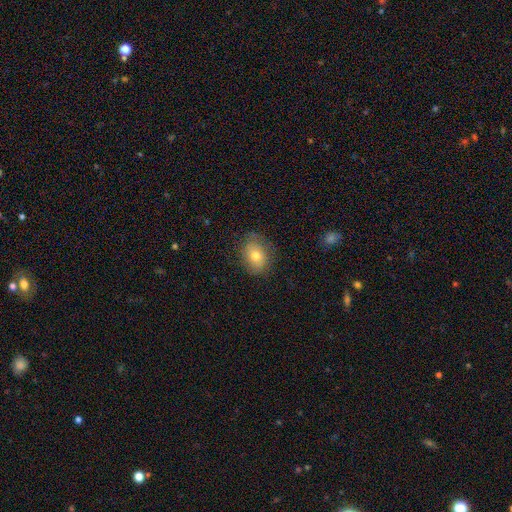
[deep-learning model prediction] The model was most divided on "how rounded": in between: 61%, round: 38%, cigar-shaped: 1%. More confident: merging — none (77%); smooth or featured — smooth (72%).